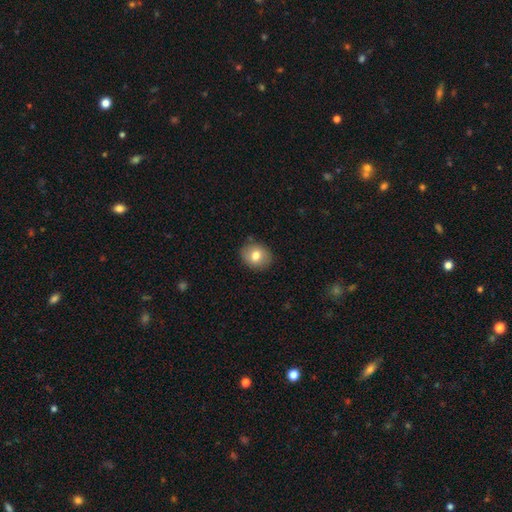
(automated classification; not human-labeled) This appears to be a smooth galaxy with no disk features (77%) that is round (60%). Merging: none (86%).